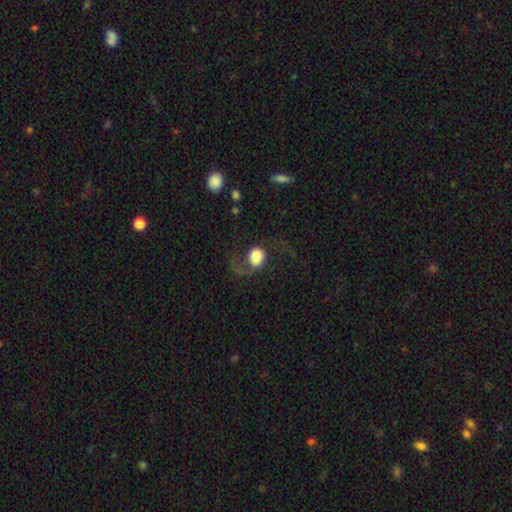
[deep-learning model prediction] This appears to be a featured or disk galaxy (47%). Merging: none (46%).